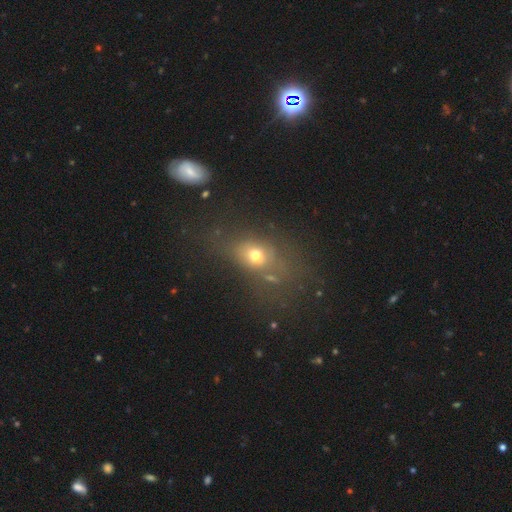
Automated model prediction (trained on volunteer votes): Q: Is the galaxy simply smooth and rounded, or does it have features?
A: smooth — 63%.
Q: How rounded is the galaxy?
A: in between — 61%.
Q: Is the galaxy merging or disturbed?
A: none — 57%.